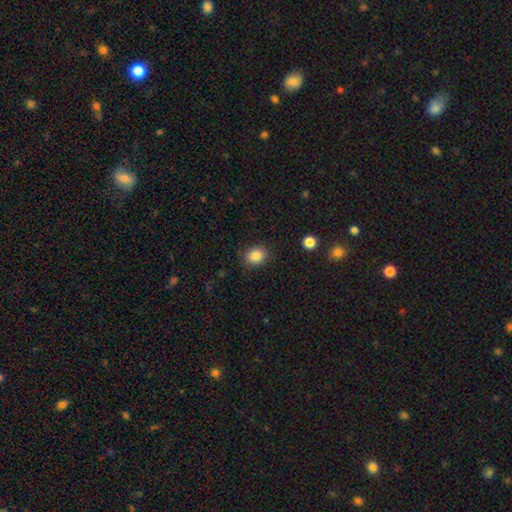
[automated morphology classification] type=smooth (85%); roundness=round (66%); merging=none (86%).